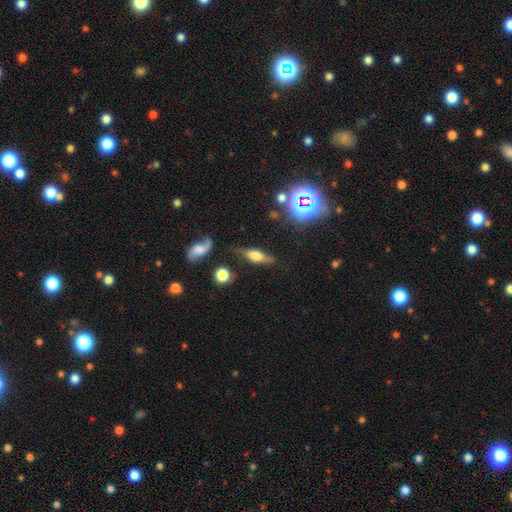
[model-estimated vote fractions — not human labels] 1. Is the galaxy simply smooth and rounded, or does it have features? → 47% featured or disk, 41% smooth, 12% star or artifact.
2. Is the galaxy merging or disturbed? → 66% none, 21% minor disturbance, 8% major disturbance, 5% merger.